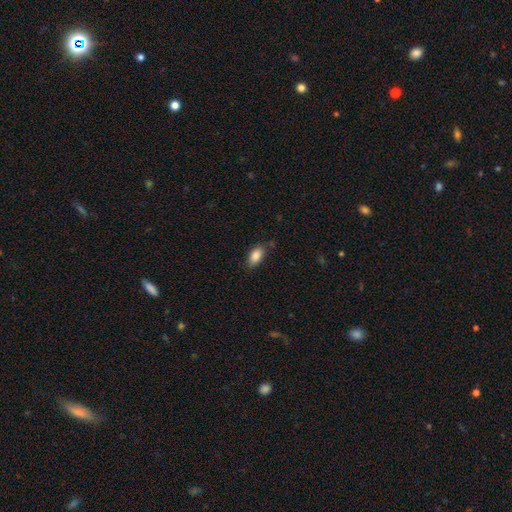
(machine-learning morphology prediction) This is clearly a smooth galaxy (86%). How rounded: clearly in between (90%). Merging: likely none (75%).